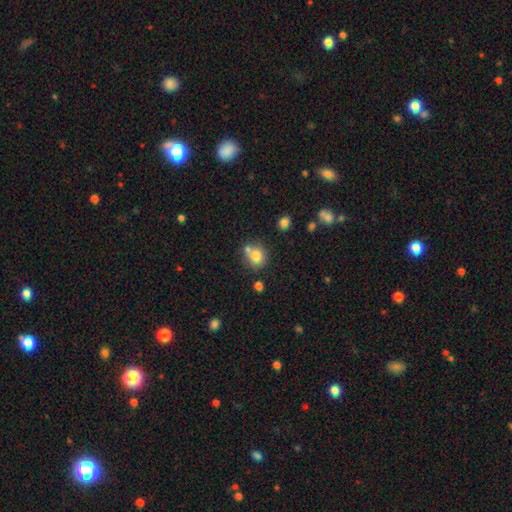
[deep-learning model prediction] smooth_or_featured: smooth (p=0.78) [alt: star or artifact p=0.11]
how_rounded: round (p=0.82) [alt: in between p=0.17]
merging: none (p=0.58) [alt: merger p=0.27]